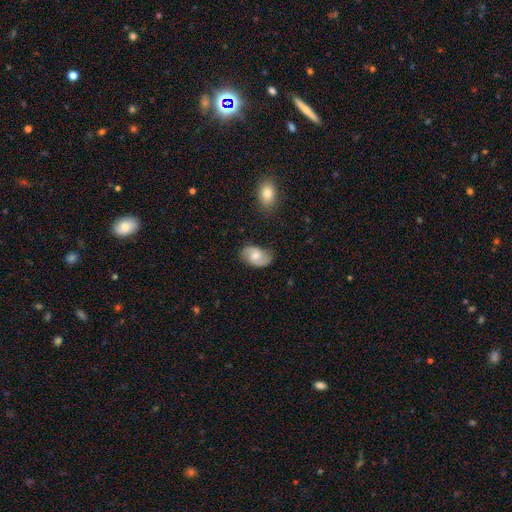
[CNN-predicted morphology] Overall: smooth (47%; featured or disk 46%). Merging: none (76%).